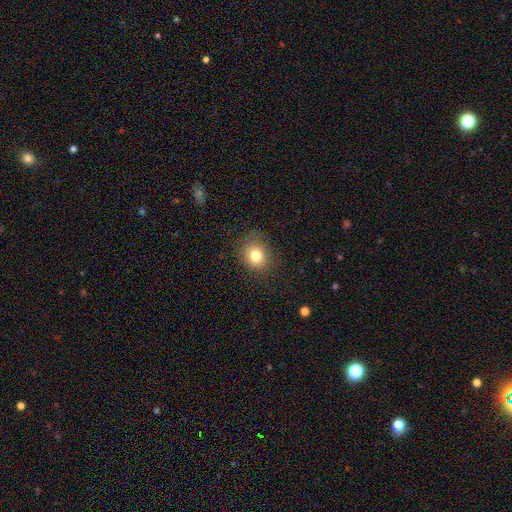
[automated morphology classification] Q: Smooth or featured?
A: smooth (79%); runner-up: star or artifact (12%)
Q: How rounded?
A: round (68%); runner-up: in between (32%)
Q: Merging?
A: none (82%); runner-up: minor disturbance (13%)